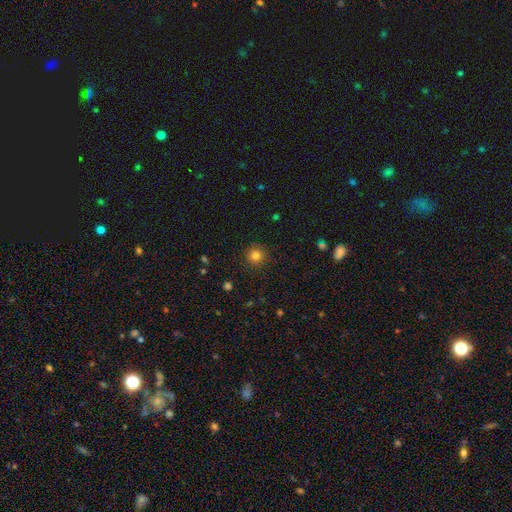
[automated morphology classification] type=smooth (82%); roundness=round (94%); merging=none (91%).